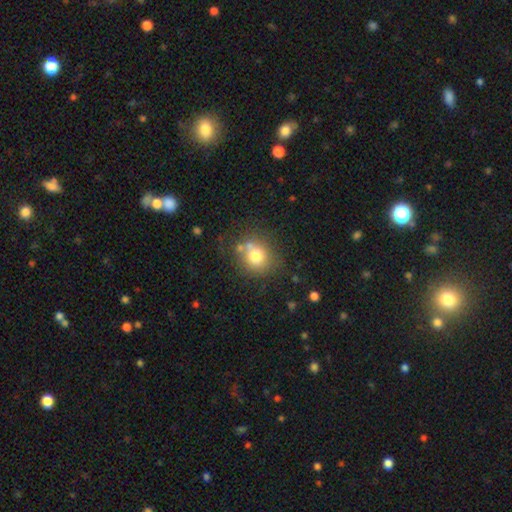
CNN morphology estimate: type=smooth (73%); roundness=round (83%); merging=none (65%).